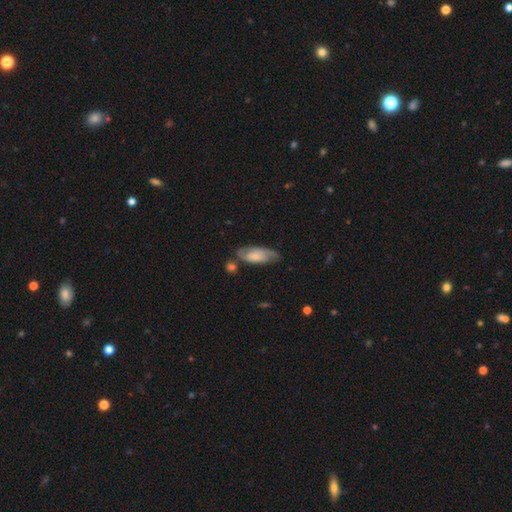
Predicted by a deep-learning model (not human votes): Smooth or featured?
  - smooth: 47% *
  - featured or disk: 46%
  - star or artifact: 7%
Merging?
  - none: 58% *
  - minor disturbance: 25%
  - major disturbance: 9%
  - merger: 8%